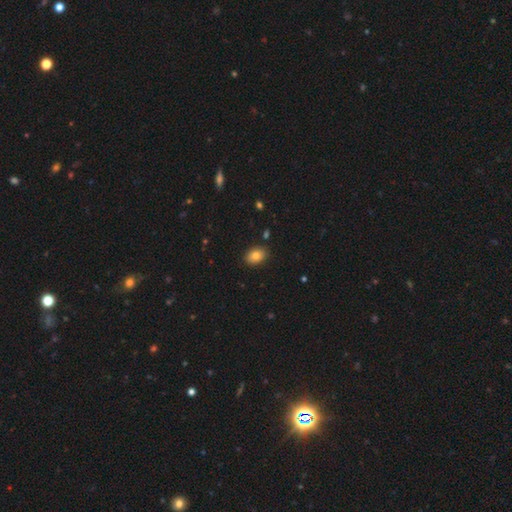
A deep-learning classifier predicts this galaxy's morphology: This appears to be a smooth galaxy with no disk features (82%) that is in between round and cigar-shaped (80%). Merging: none (88%).